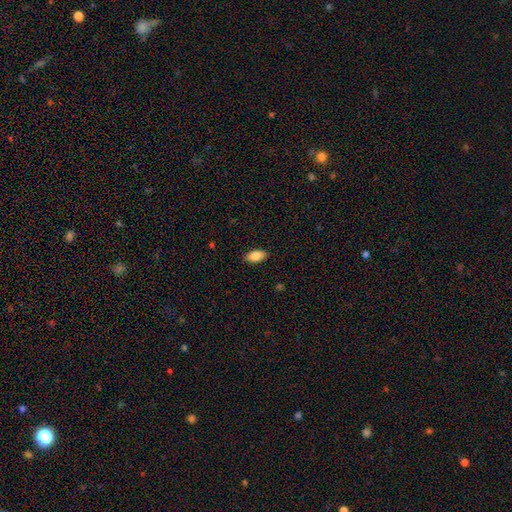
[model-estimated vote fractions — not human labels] Smooth or featured? Predicted: smooth (p=0.86). How rounded? Predicted: in between (p=0.93). Merging? Predicted: none (p=0.89).